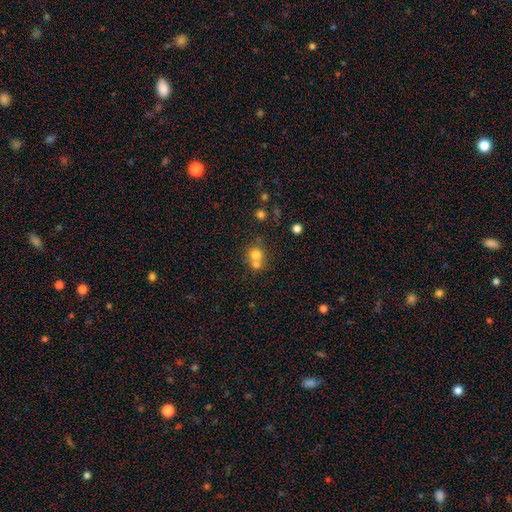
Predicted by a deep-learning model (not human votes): Smooth or featured? smooth (73%)
How rounded? round (86%)
Merging? merger (49%)